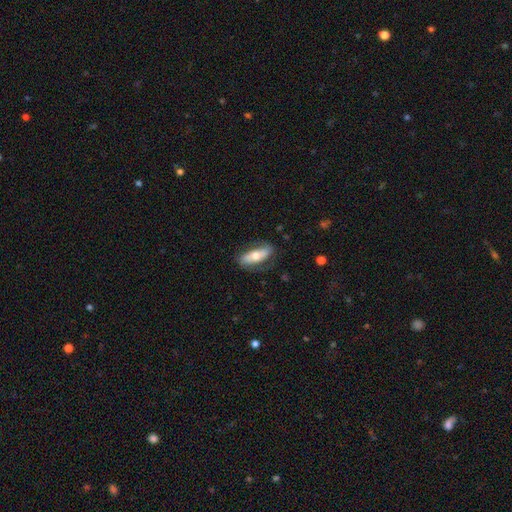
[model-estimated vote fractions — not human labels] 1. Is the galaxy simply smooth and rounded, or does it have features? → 51% smooth, 43% featured or disk, 6% star or artifact.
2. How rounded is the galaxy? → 70% in between, 27% cigar-shaped, 3% round.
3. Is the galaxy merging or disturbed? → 72% none, 19% minor disturbance, 7% major disturbance, 1% merger.